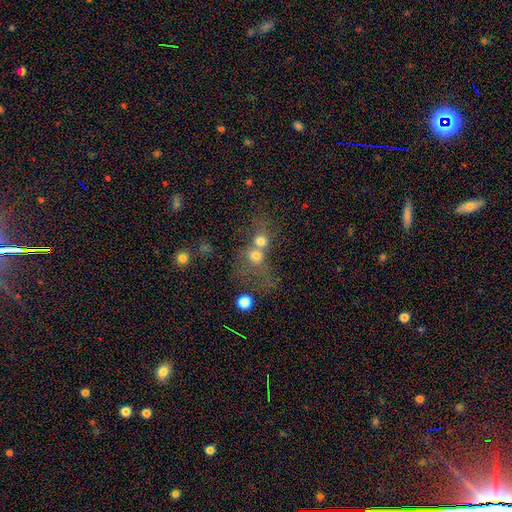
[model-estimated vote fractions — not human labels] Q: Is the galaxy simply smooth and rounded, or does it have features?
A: smooth — 65%.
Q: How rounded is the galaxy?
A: round — 74%.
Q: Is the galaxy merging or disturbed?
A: merger — 66%.